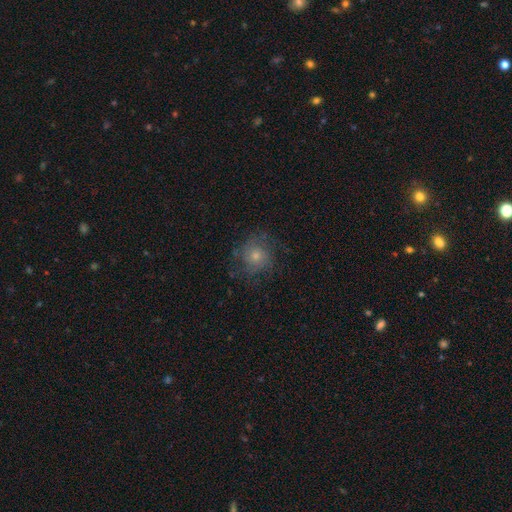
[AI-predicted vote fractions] This is possibly a smooth galaxy (55%). How rounded: clearly round (87%). Merging: likely none (70%).